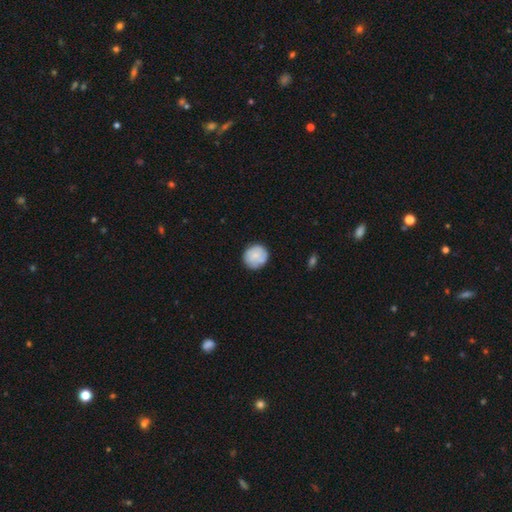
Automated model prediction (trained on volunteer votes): Morphology: type=smooth (76%); roundness=round (91%); merging=none (83%).